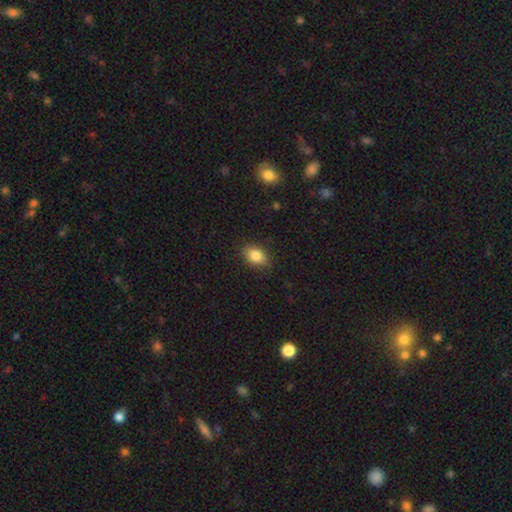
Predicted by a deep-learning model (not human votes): Morphology: type=smooth (85%); roundness=in between (78%); merging=none (85%).